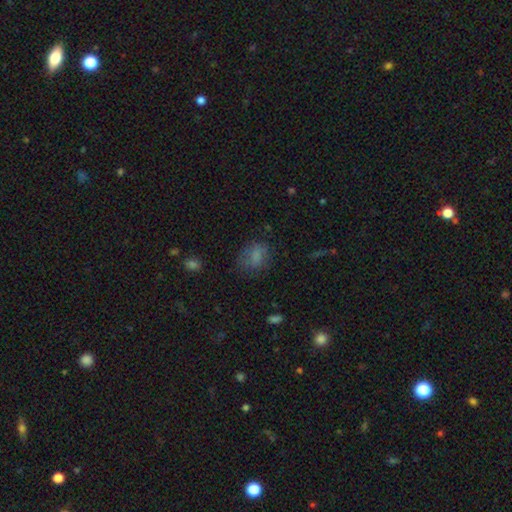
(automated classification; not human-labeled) Smooth or featured? smooth (73%)
How rounded? in between (60%)
Merging? none (61%)